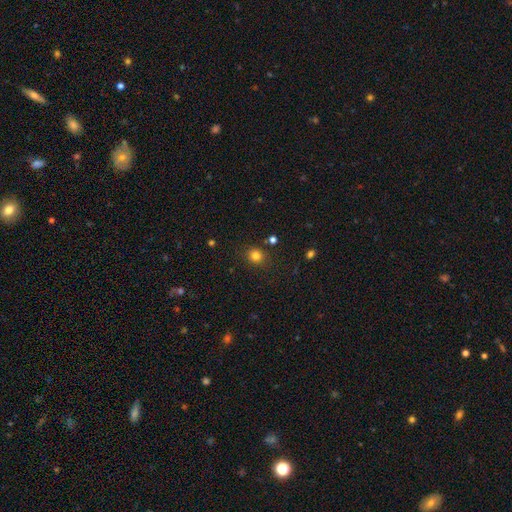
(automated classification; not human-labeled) Overall: smooth (81%). How rounded: round (80%). Merging: none (86%).